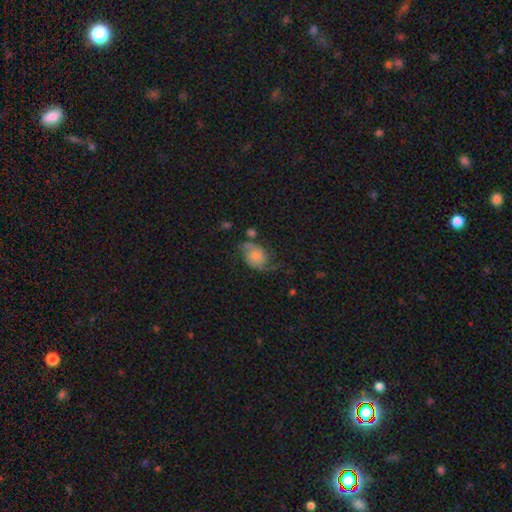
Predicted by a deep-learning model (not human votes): Smooth or featured: featured or disk — 62% (smooth — 30%)
Edge-on disk: no — 97% (yes — 3%)
Bar: no — 75% (weak — 21%)
Spiral arms: yes — 90% (no — 10%)
Spiral winding: loose — 56% (medium — 33%)
Spiral arm count: 2 — 88% (can't tell — 4%)
Bulge size: small — 45% (moderate — 25%)
Merging: none — 52% (minor disturbance — 25%)